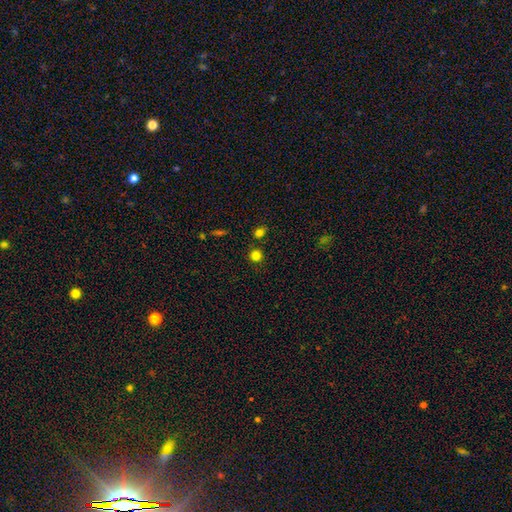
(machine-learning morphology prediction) Smooth or featured? smooth (81%)
How rounded? round (92%)
Merging? none (85%)